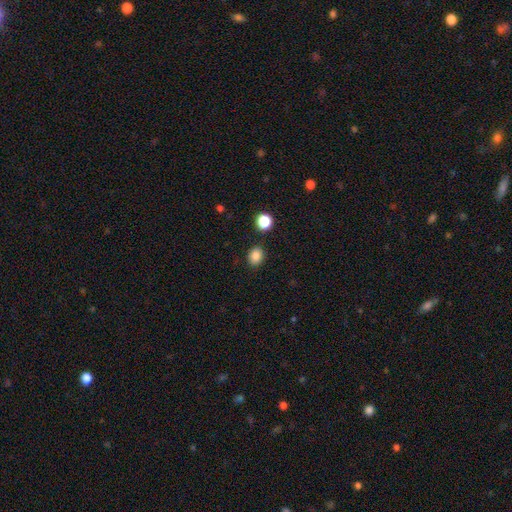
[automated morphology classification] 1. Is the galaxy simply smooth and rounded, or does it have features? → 85% smooth, 11% star or artifact, 4% featured or disk.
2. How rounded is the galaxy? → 53% round, 46% in between, 1% cigar-shaped.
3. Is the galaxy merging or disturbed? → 86% none, 9% minor disturbance, 3% merger, 2% major disturbance.